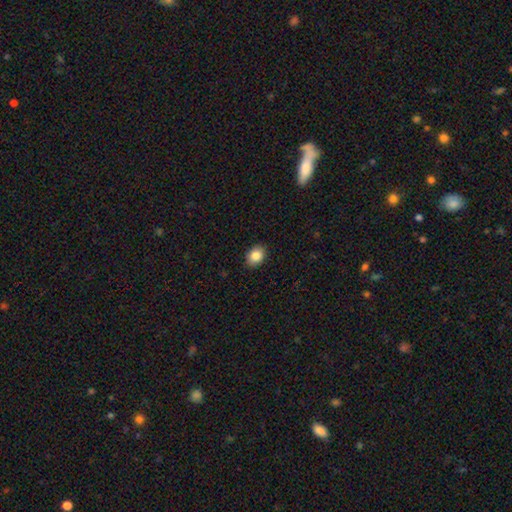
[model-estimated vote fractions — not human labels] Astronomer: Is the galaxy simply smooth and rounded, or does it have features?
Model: smooth — 85%.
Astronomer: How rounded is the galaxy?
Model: in between — 66%.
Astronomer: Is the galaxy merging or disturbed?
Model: none — 90%.